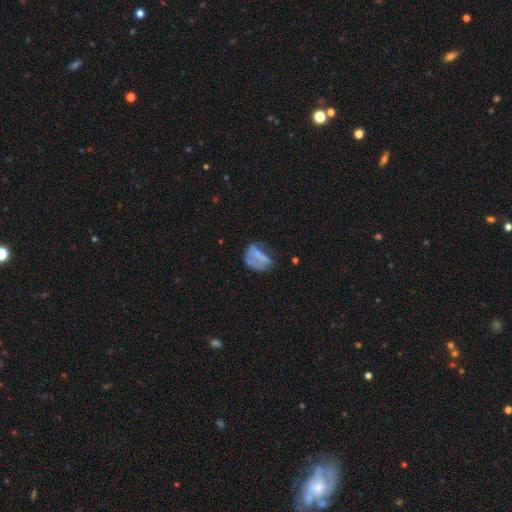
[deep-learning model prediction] smooth_or_featured: smooth (p=0.46) [alt: featured or disk p=0.43]
merging: none (p=0.35) [alt: major disturbance p=0.33]